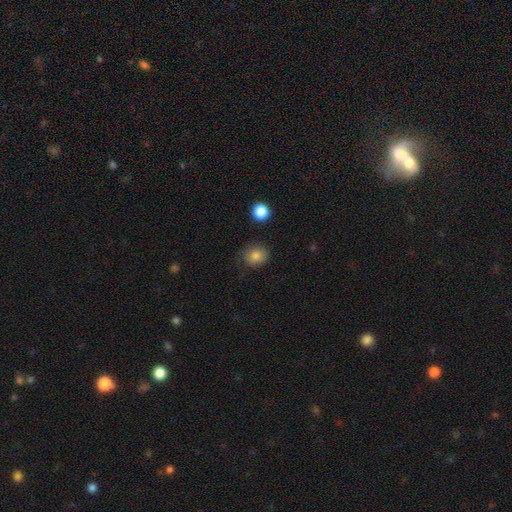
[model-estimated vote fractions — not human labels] The model was most divided on "how rounded": round: 70%, in between: 29%, cigar-shaped: 1%. More confident: smooth or featured — smooth (83%); merging — none (82%).